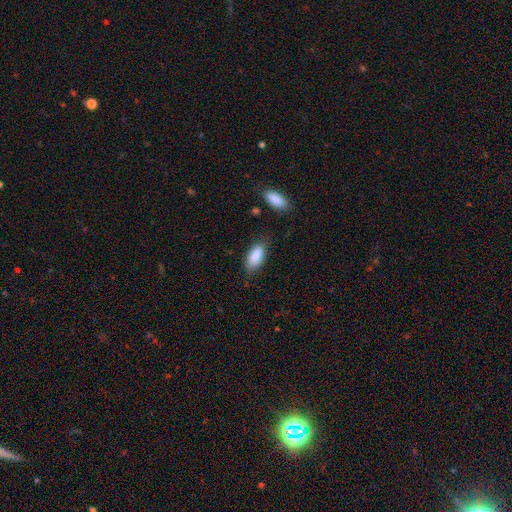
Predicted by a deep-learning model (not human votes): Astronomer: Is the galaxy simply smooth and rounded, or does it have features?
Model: smooth — 89%.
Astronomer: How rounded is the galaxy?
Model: in between — 89%.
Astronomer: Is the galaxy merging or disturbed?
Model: none — 75%.